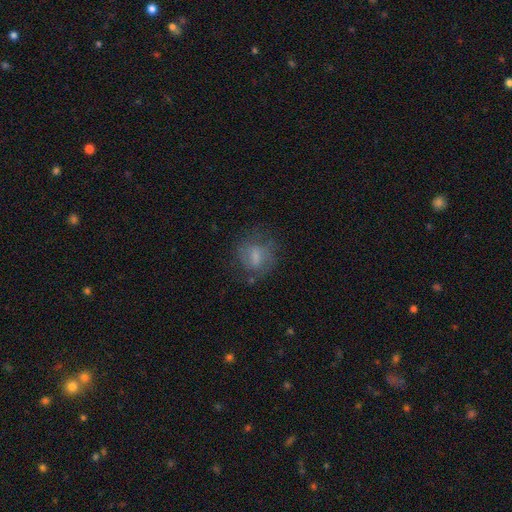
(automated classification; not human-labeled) Overall: smooth (55%; featured or disk 35%). How rounded: round (60%; in between 38%). Merging: none (60%; minor disturbance 22%).